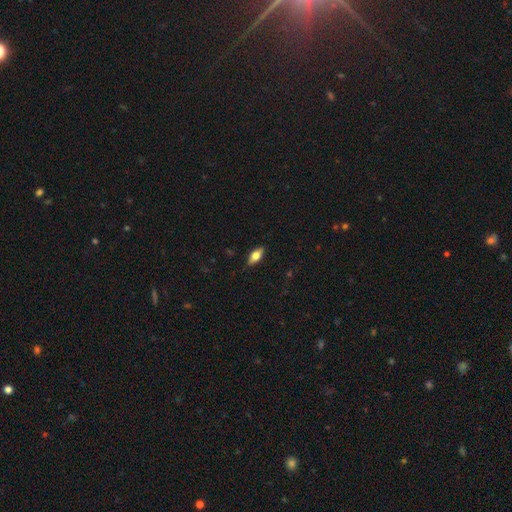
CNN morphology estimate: This is likely a smooth galaxy (64%). How rounded: clearly in between (81%). Merging: clearly none (88%).